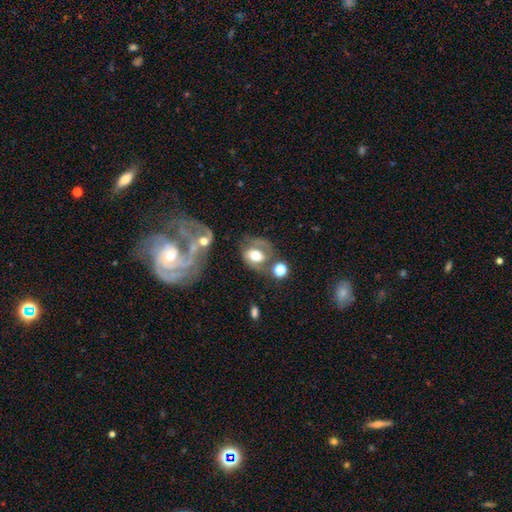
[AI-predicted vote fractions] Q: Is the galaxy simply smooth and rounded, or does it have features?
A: featured or disk — 48%.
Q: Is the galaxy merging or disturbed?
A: none — 41%.